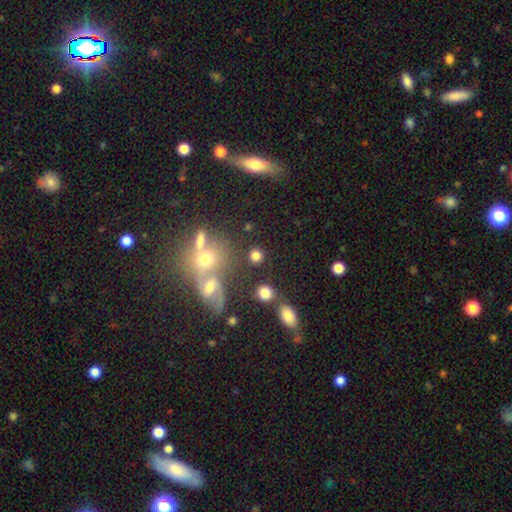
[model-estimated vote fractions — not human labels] Q: Smooth or featured?
A: smooth (77%); runner-up: star or artifact (12%)
Q: How rounded?
A: round (80%); runner-up: in between (18%)
Q: Merging?
A: none (69%); runner-up: merger (16%)